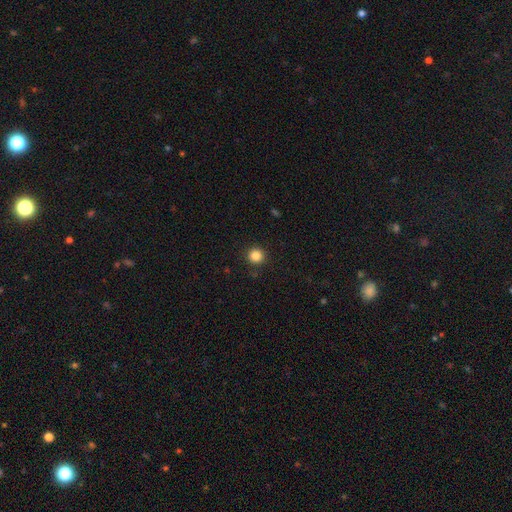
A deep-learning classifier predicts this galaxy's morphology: A smooth galaxy with no disk features (85%) that is round (95%).

Vote fractions:
- Smooth or featured? smooth: 85% / star or artifact: 12% / featured or disk: 4%
- How rounded? round: 95% / in between: 4% / cigar-shaped: 1%
- Merging? none: 92% / minor disturbance: 5% / major disturbance: 2% / merger: 1%